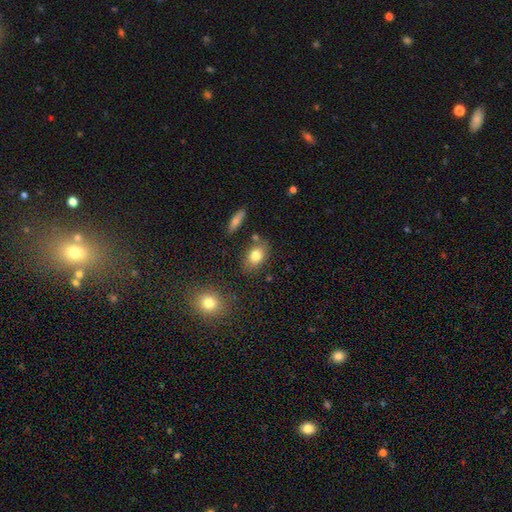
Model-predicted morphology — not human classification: Smooth or featured? smooth (79%)
How rounded? in between (82%)
Merging? none (77%)